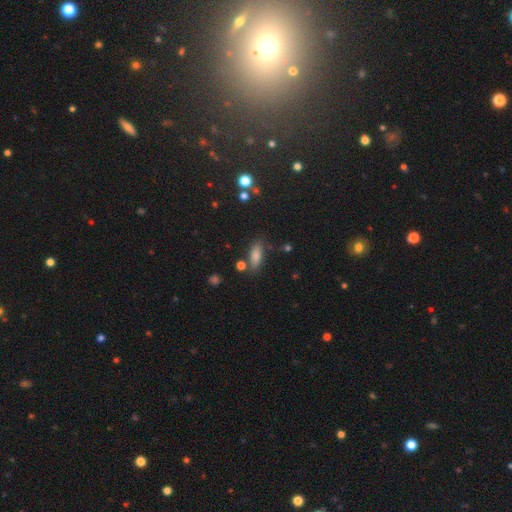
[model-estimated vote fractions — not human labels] Morphology: type=smooth (79%); roundness=in between (71%); merging=none (74%).